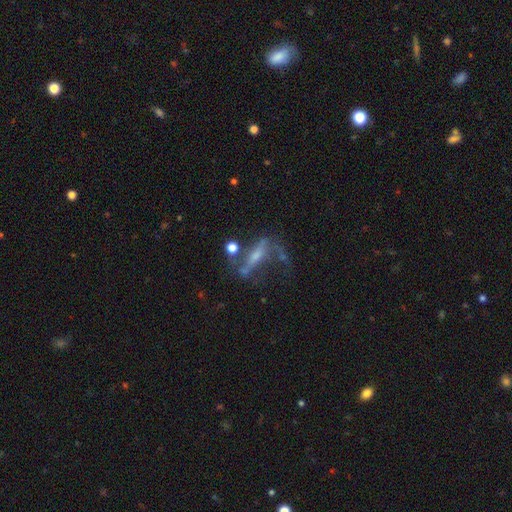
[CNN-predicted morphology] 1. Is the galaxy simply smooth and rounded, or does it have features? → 65% featured or disk, 20% smooth, 14% star or artifact.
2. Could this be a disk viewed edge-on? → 66% no, 34% yes.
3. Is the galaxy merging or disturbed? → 35% major disturbance, 34% none, 17% minor disturbance, 14% merger.